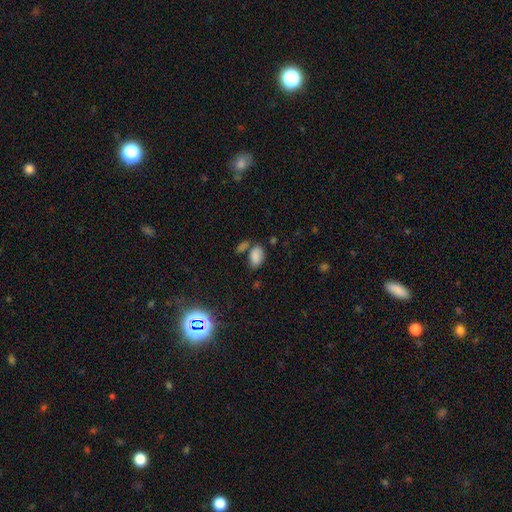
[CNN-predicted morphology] Q: Smooth or featured?
A: smooth (82%); runner-up: star or artifact (12%)
Q: How rounded?
A: in between (90%); runner-up: round (8%)
Q: Merging?
A: none (59%); runner-up: merger (18%)